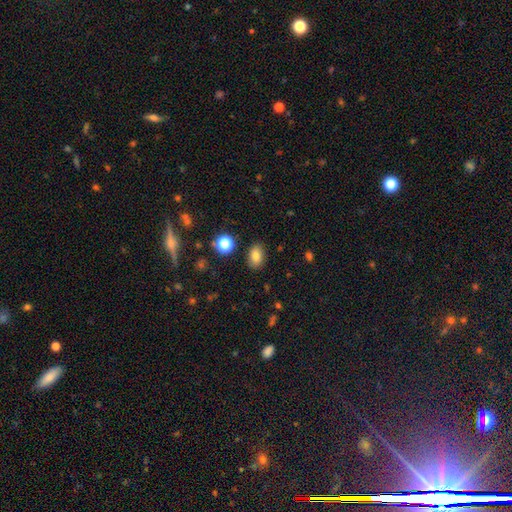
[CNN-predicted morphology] A smooth galaxy with no disk features (80%) that is in between round and cigar-shaped (82%). Merging: none (86%).